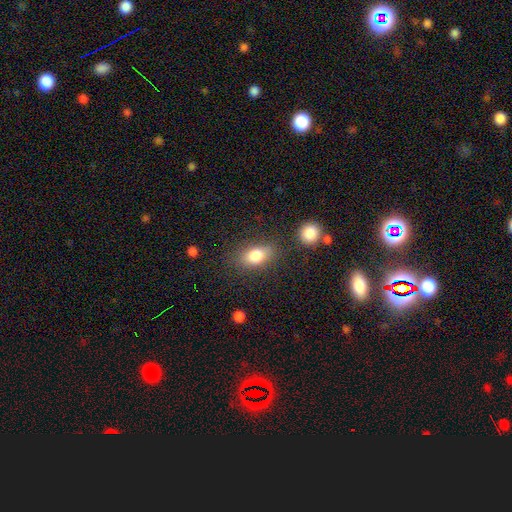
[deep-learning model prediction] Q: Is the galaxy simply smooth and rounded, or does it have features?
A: smooth — 81%.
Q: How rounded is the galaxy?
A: in between — 81%.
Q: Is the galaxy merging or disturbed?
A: none — 76%.